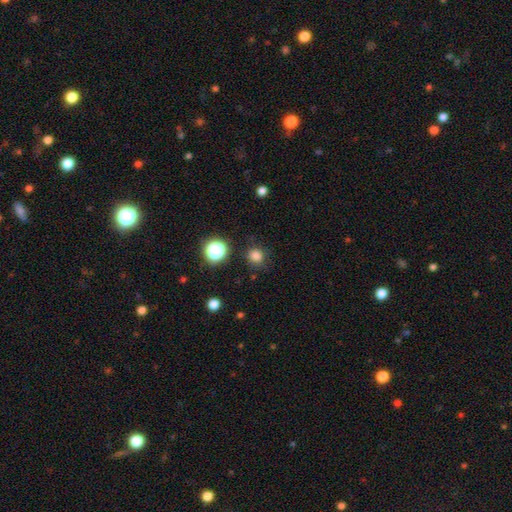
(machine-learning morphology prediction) Smooth or featured?
  - smooth: 80% *
  - star or artifact: 17%
  - featured or disk: 4%
How rounded?
  - round: 88% *
  - in between: 11%
  - cigar-shaped: 1%
Merging?
  - none: 84% *
  - minor disturbance: 10%
  - major disturbance: 4%
  - merger: 2%